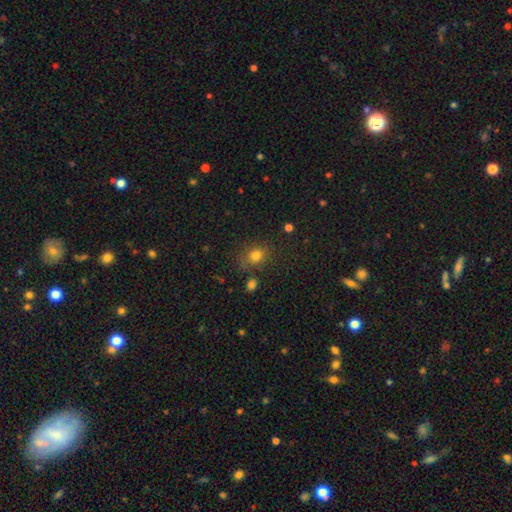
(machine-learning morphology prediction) A smooth galaxy with no disk features (77%) that is round (57%).

Vote fractions:
- Smooth or featured? smooth: 77% / star or artifact: 15% / featured or disk: 8%
- How rounded? round: 57% / in between: 42% / cigar-shaped: 1%
- Merging? none: 73% / minor disturbance: 16% / major disturbance: 6% / merger: 5%